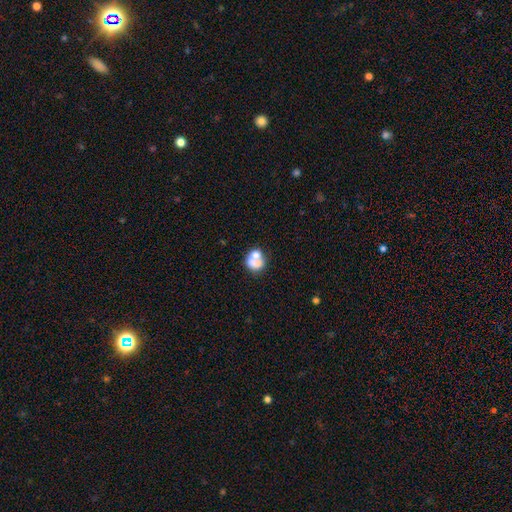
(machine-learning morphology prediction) Smooth or featured? Predicted: smooth (p=0.62). How rounded? Predicted: round (p=0.63). Merging? Predicted: merger (p=0.50).